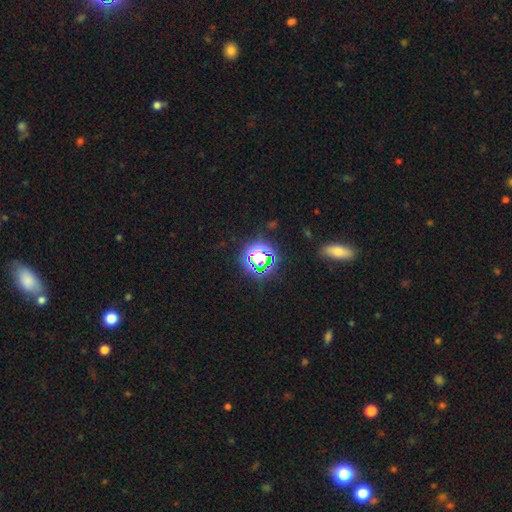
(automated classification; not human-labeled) The model was most divided on "smooth or featured": star or artifact: 68%, smooth: 23%, featured or disk: 9%.